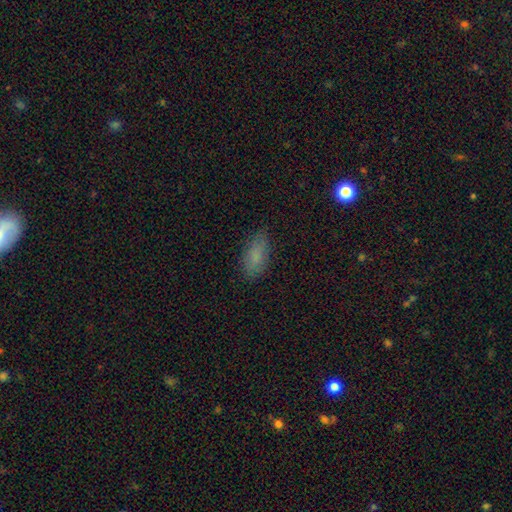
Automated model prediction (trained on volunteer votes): A smooth galaxy with no disk features (81%) that is in between round and cigar-shaped (86%). Merging: none (79%).